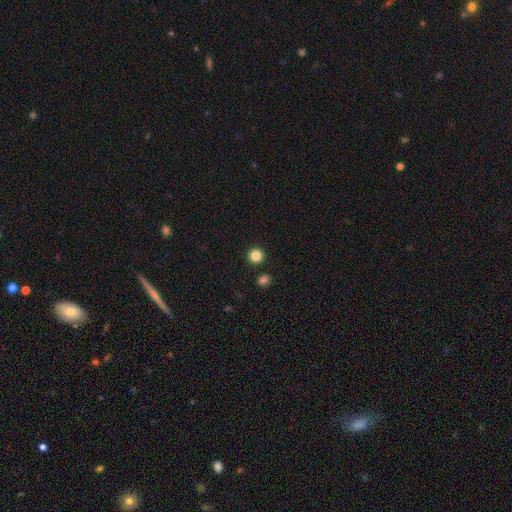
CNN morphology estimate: Smooth or featured? smooth (85%)
How rounded? round (95%)
Merging? none (91%)